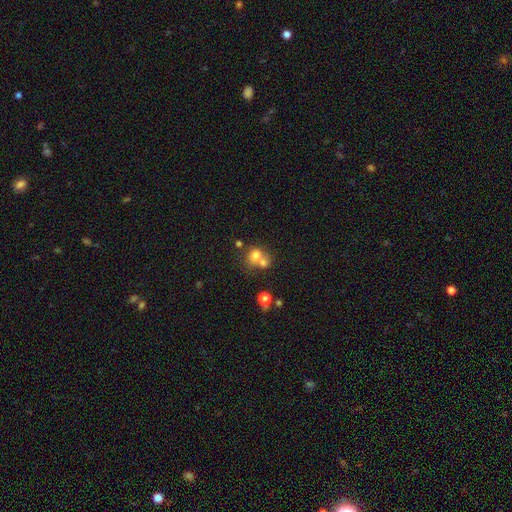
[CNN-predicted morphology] smooth 71%, featured or disk 16%, star or artifact 13%. Down the decision tree: how rounded — round (70%); merging — merger (55%).